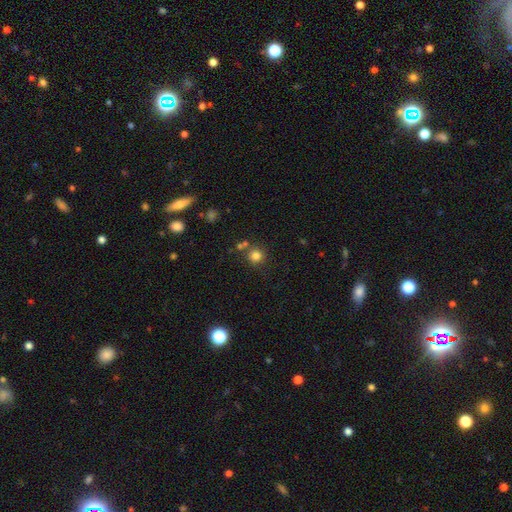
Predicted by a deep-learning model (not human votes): This is clearly a smooth galaxy (81%). How rounded: clearly round (92%). Merging: likely none (73%).